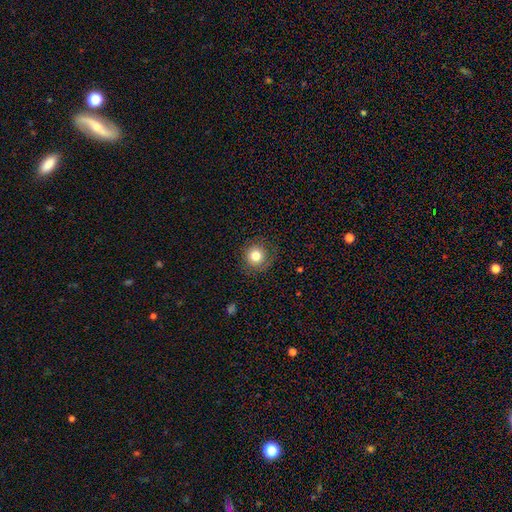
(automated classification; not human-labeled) Smooth or featured: smooth — 80% (star or artifact — 11%)
How rounded: round — 93% (in between — 6%)
Merging: none — 83% (minor disturbance — 12%)